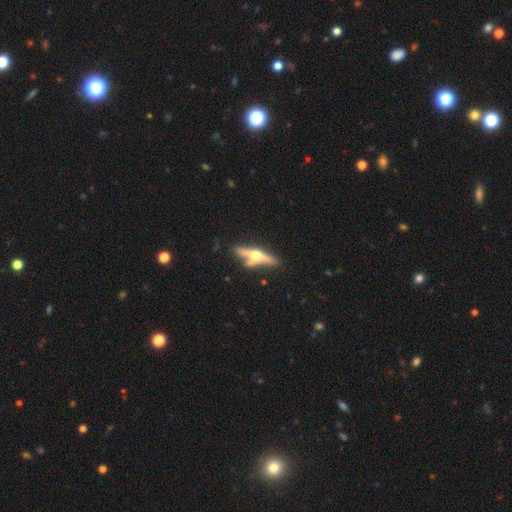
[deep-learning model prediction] Q: Smooth or featured?
A: featured or disk (71%); runner-up: smooth (24%)
Q: Edge-on disk?
A: yes (94%); runner-up: no (6%)
Q: Edge-on bulge?
A: rounded (95%); runner-up: boxy (3%)
Q: Merging?
A: none (65%); runner-up: minor disturbance (16%)